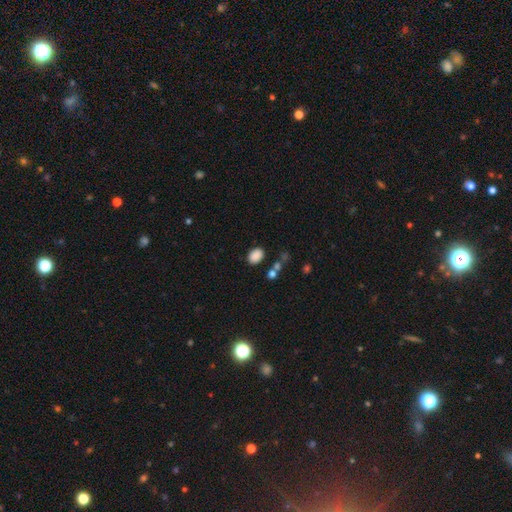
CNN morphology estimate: A smooth galaxy with no disk features (86%) that is in between round and cigar-shaped (73%).

Vote fractions:
- Smooth or featured? smooth: 86% / star or artifact: 10% / featured or disk: 4%
- How rounded? in between: 73% / round: 26% / cigar-shaped: 1%
- Merging? none: 77% / minor disturbance: 12% / merger: 7% / major disturbance: 4%